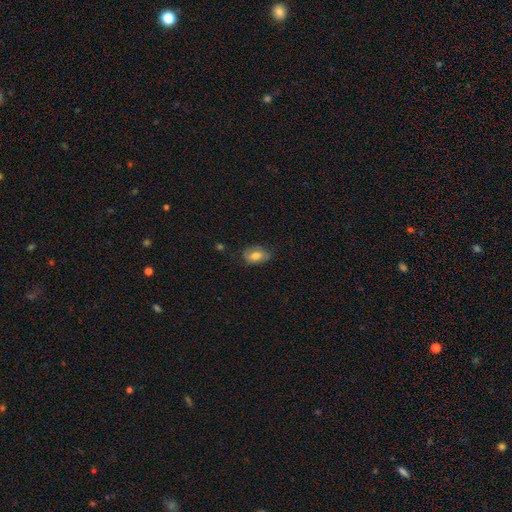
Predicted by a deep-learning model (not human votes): Morphology: type=smooth (69%); roundness=in between (87%); merging=none (71%).